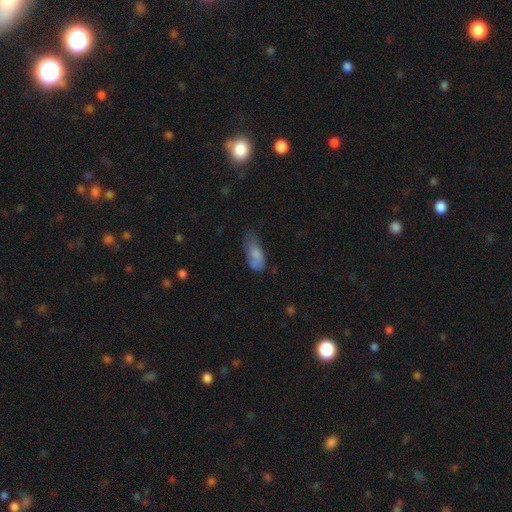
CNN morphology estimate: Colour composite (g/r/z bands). It shows a smooth galaxy with no disk features (79%) that is in between round and cigar-shaped (82%). Merging: none (43%).